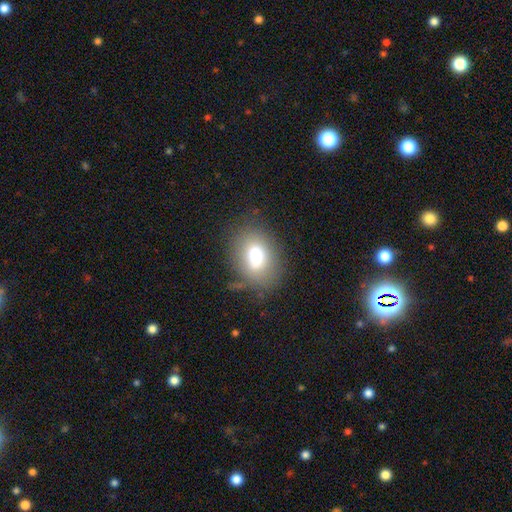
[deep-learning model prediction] A smooth galaxy with no disk features (73%) that is in between round and cigar-shaped (76%).

Vote fractions:
- Smooth or featured? smooth: 73% / featured or disk: 17% / star or artifact: 11%
- How rounded? in between: 76% / round: 23% / cigar-shaped: 1%
- Merging? none: 70% / minor disturbance: 18% / major disturbance: 7% / merger: 5%